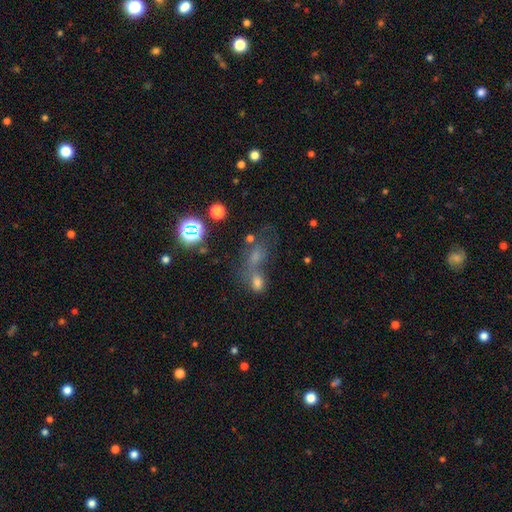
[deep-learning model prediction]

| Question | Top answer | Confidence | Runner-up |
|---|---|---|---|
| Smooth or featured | smooth | 47% | star or artifact (36%) |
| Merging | merger | 44% | none (34%) |